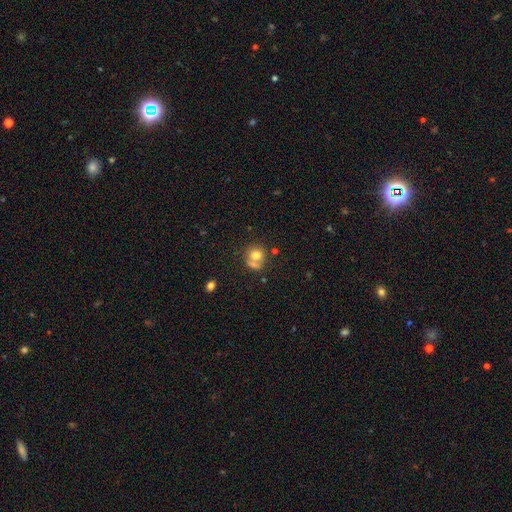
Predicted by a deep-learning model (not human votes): This appears to be a smooth galaxy with no disk features (73%) that is round (77%). Merging: none (42%).